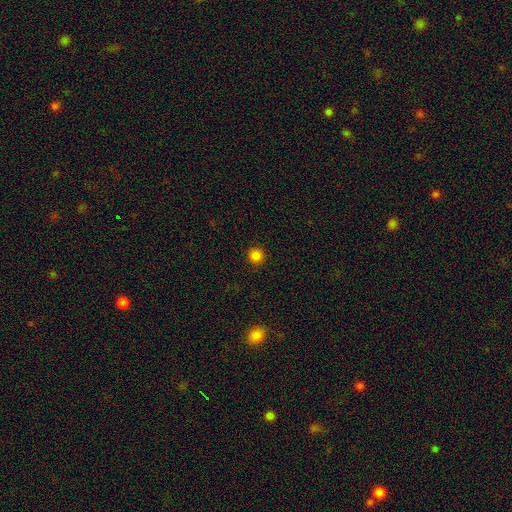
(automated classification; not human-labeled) Smooth or featured: smooth — 84% (star or artifact — 13%)
How rounded: round — 95% (in between — 4%)
Merging: none — 92% (minor disturbance — 6%)